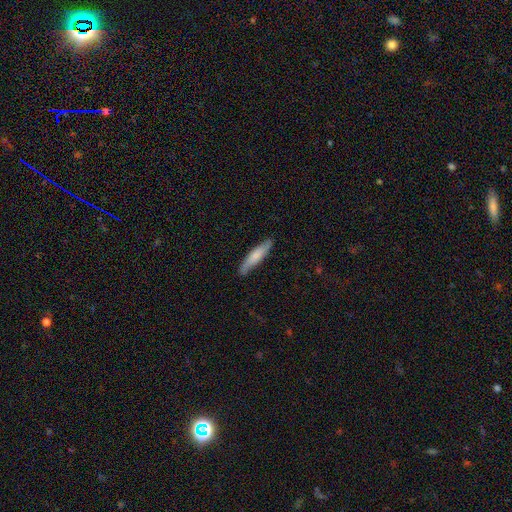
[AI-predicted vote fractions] Smooth or featured?
  - smooth: 70% *
  - featured or disk: 25%
  - star or artifact: 5%
How rounded?
  - cigar-shaped: 86% *
  - in between: 13%
  - round: 1%
Merging?
  - none: 85% *
  - minor disturbance: 12%
  - major disturbance: 2%
  - merger: 1%